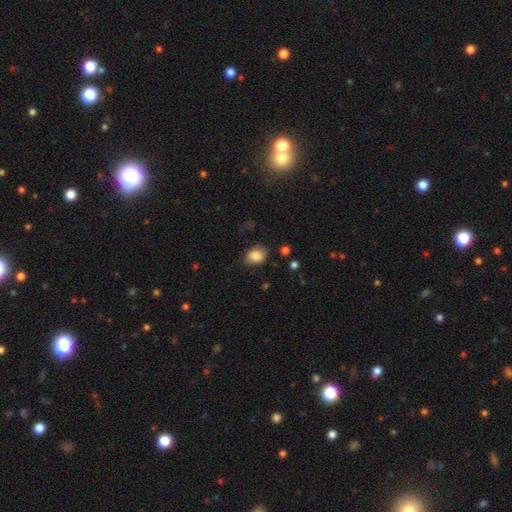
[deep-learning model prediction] This appears to be a smooth galaxy with no disk features (85%) that is in between round and cigar-shaped (69%). Merging: none (78%).